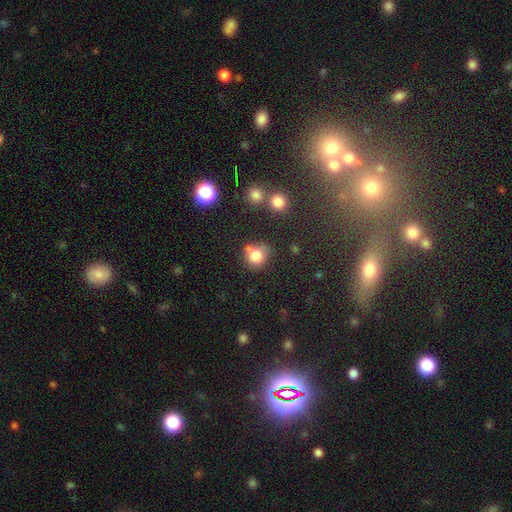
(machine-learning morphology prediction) type=smooth (79%); roundness=round (82%); merging=none (59%).